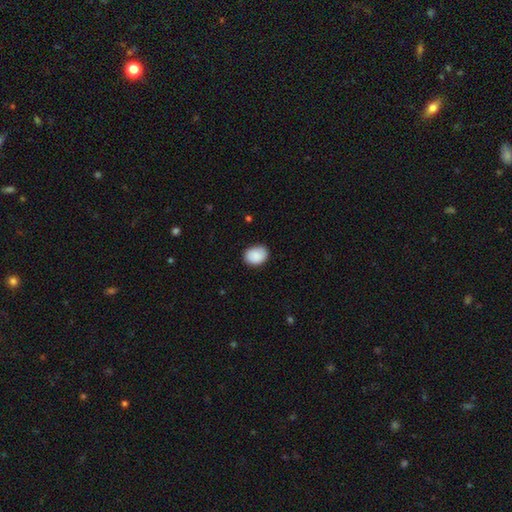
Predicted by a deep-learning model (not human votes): Q: Smooth or featured?
A: smooth (87%); runner-up: star or artifact (7%)
Q: How rounded?
A: in between (59%); runner-up: round (40%)
Q: Merging?
A: none (82%); runner-up: minor disturbance (15%)